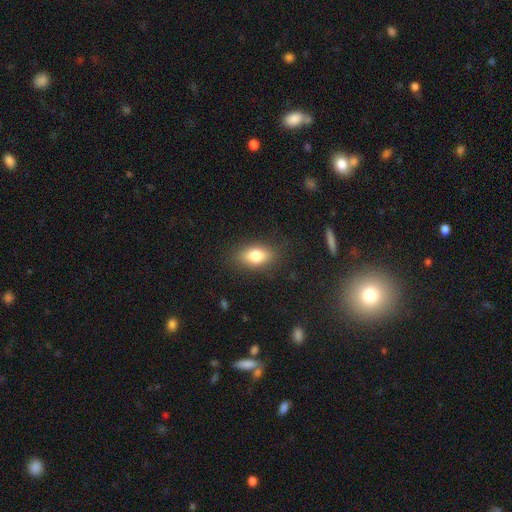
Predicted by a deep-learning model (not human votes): Smooth or featured?
  - smooth: 78% *
  - featured or disk: 14%
  - star or artifact: 9%
How rounded?
  - in between: 83% *
  - round: 11%
  - cigar-shaped: 6%
Merging?
  - none: 84% *
  - minor disturbance: 12%
  - major disturbance: 3%
  - merger: 1%